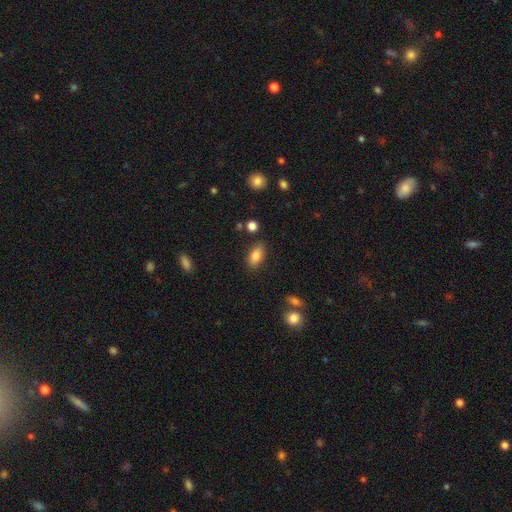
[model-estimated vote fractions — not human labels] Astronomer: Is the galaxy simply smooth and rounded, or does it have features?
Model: smooth — 84%.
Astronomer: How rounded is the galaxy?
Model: in between — 89%.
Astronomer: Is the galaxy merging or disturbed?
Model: none — 84%.